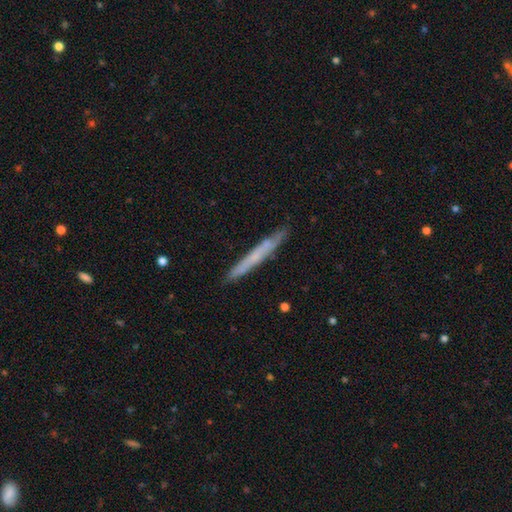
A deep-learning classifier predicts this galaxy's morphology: Smooth or featured?
  - smooth: 51% *
  - featured or disk: 42%
  - star or artifact: 7%
How rounded?
  - cigar-shaped: 97% *
  - in between: 2%
  - round: 1%
Merging?
  - none: 86% *
  - minor disturbance: 11%
  - major disturbance: 2%
  - merger: 1%